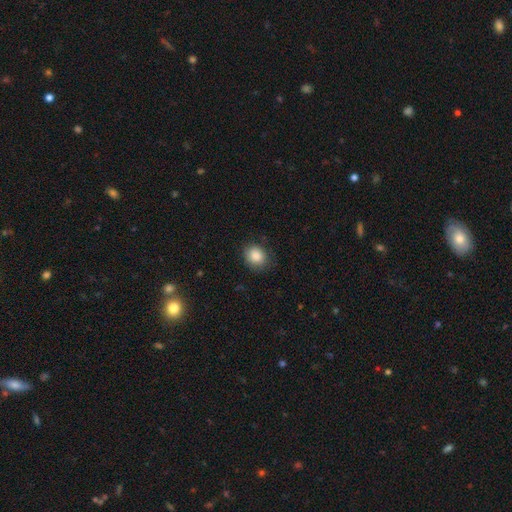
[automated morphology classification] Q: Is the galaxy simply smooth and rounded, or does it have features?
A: smooth — 86%.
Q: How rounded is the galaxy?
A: round — 66%.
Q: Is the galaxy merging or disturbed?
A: none — 83%.